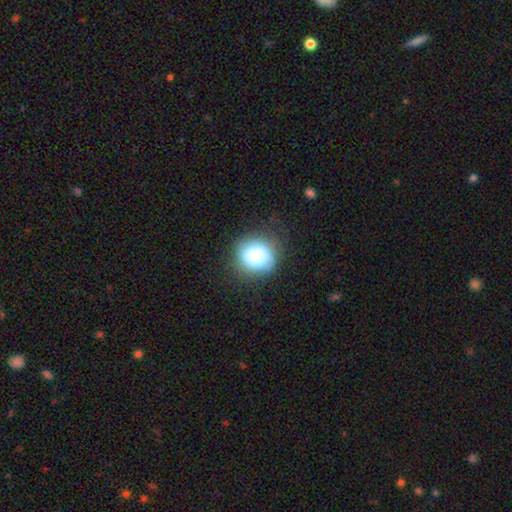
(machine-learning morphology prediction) smooth-or-featured: smooth: 75% | featured or disk: 15% | star or artifact: 10%
  how-rounded: round: 83% | in between: 16% | cigar-shaped: 1%
  merging: none: 70% | minor disturbance: 19% | major disturbance: 9% | merger: 2%